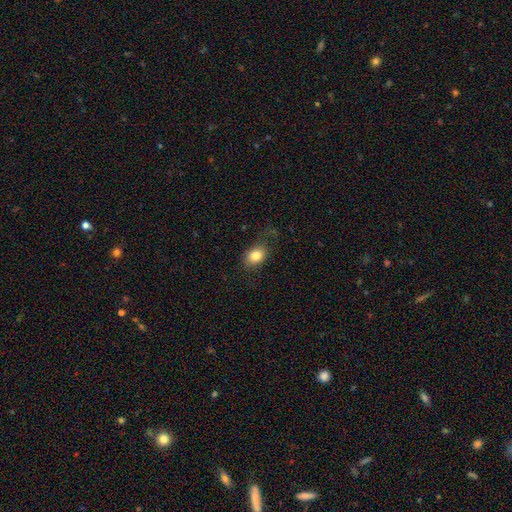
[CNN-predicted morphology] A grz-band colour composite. It shows a smooth galaxy with no disk features (82%) that is in between round and cigar-shaped (66%). Merging: none (71%).